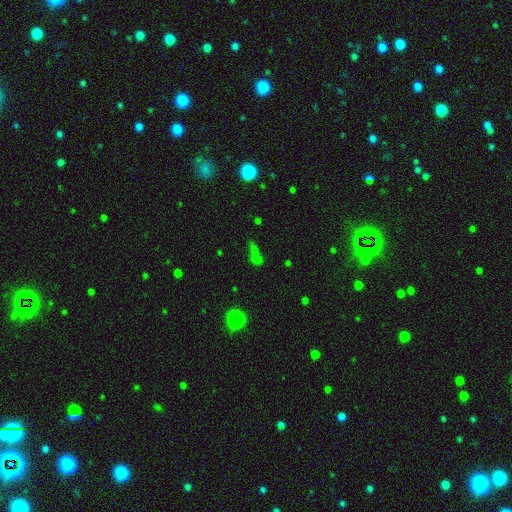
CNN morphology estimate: smooth-or-featured: smooth: 51% | star or artifact: 34% | featured or disk: 14%
  how-rounded: in between: 51% | round: 26% | cigar-shaped: 23%
  merging: none: 43% | merger: 33% | minor disturbance: 12% | major disturbance: 12%